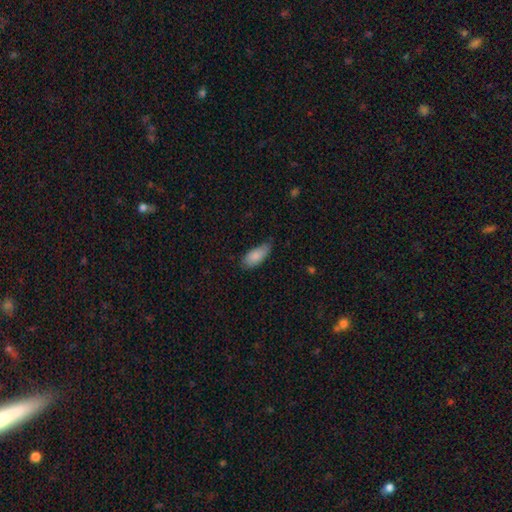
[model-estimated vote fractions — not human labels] This is clearly a smooth galaxy (86%). How rounded: clearly in between (87%). Merging: likely none (66%).